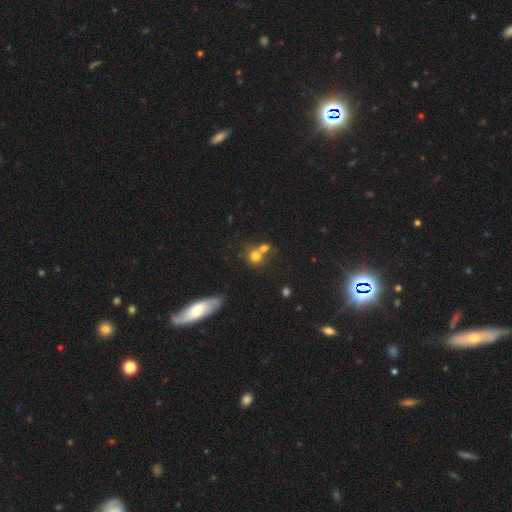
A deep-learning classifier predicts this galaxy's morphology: The model was most divided on "merging": merger: 47%, none: 40%, minor disturbance: 9%, major disturbance: 4%. More confident: how rounded — round (79%); smooth or featured — smooth (72%).